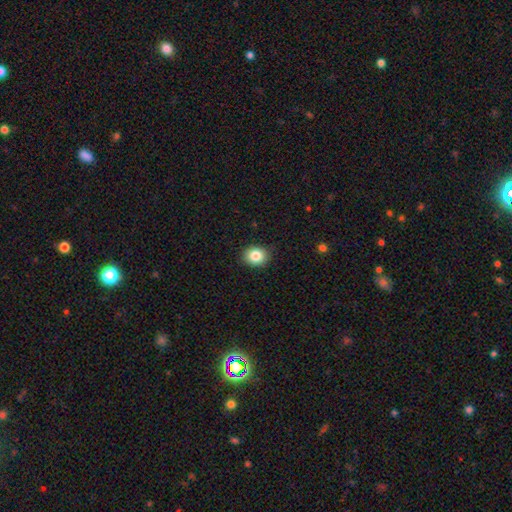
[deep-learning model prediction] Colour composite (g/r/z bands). It shows a smooth galaxy with no disk features (85%) that is round (62%). Merging: none (89%).